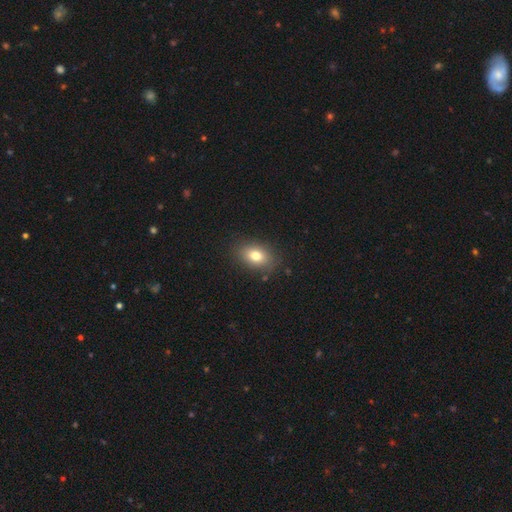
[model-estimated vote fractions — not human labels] Smooth or featured? smooth (78%)
How rounded? in between (80%)
Merging? none (85%)